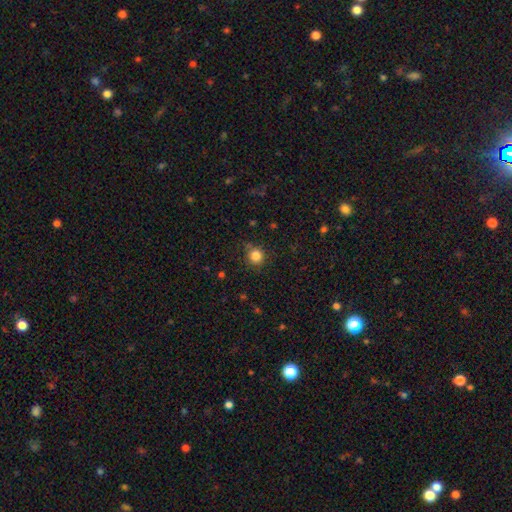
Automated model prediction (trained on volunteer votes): Overall: smooth (83%). How rounded: round (90%). Merging: none (82%).